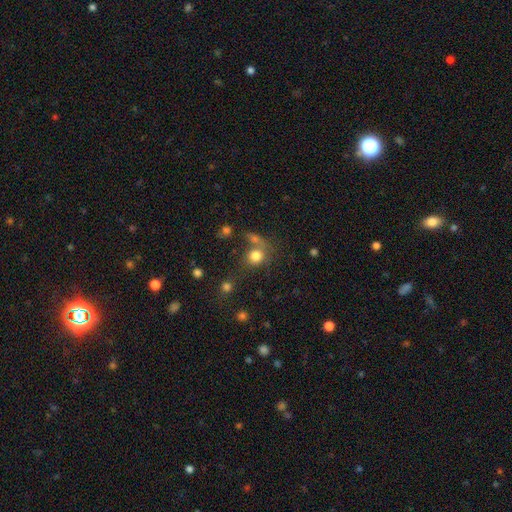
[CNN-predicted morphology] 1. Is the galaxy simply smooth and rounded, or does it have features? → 79% smooth, 13% star or artifact, 8% featured or disk.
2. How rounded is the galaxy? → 78% round, 21% in between, 1% cigar-shaped.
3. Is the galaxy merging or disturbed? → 51% none, 29% merger, 13% minor disturbance, 8% major disturbance.